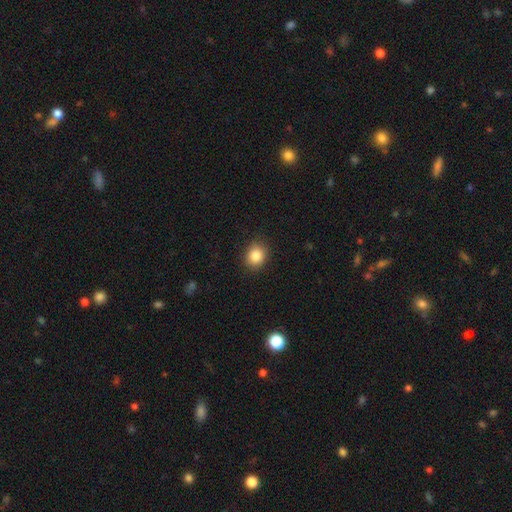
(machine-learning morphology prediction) Smooth or featured?
  - smooth: 85% *
  - star or artifact: 10%
  - featured or disk: 5%
How rounded?
  - round: 67% *
  - in between: 32%
  - cigar-shaped: 1%
Merging?
  - none: 88% *
  - minor disturbance: 9%
  - major disturbance: 2%
  - merger: 1%